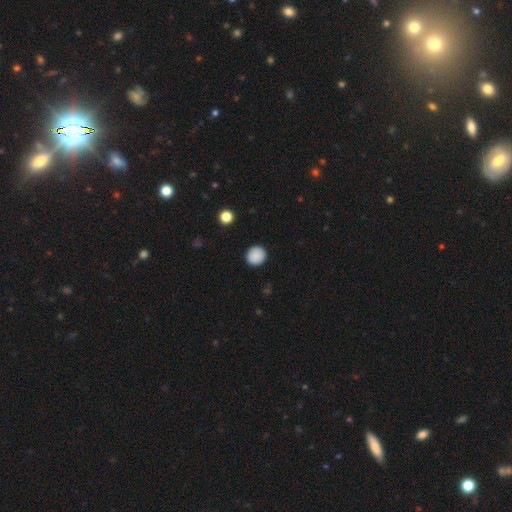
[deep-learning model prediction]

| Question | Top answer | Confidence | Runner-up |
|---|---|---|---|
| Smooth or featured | smooth | 89% | star or artifact (8%) |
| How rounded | round | 90% | in between (9%) |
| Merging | none | 92% | minor disturbance (6%) |